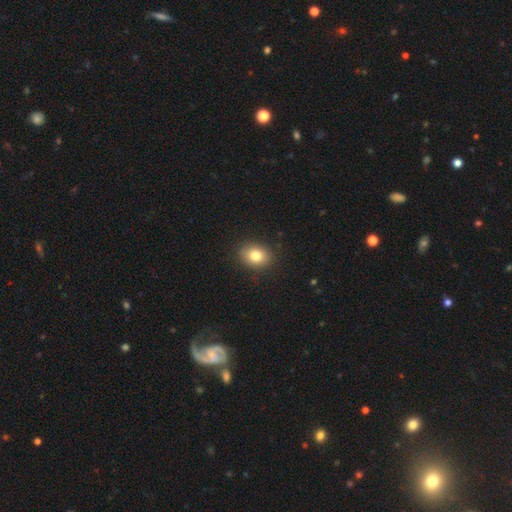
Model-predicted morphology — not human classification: Smooth or featured: smooth — 82% (star or artifact — 10%)
How rounded: in between — 57% (round — 42%)
Merging: none — 88% (minor disturbance — 8%)